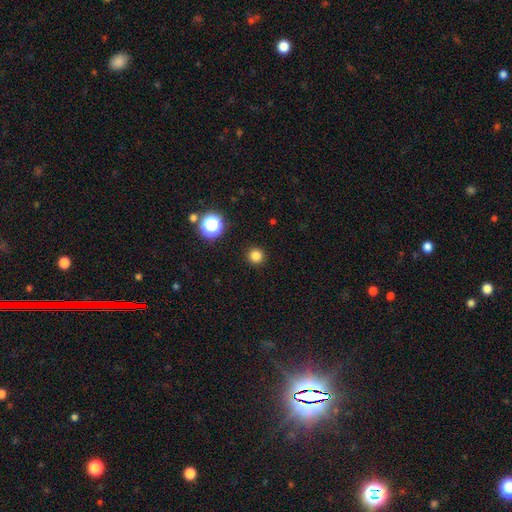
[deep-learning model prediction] Smooth or featured?
  - smooth: 81% *
  - star or artifact: 15%
  - featured or disk: 4%
How rounded?
  - round: 96% *
  - in between: 3%
  - cigar-shaped: 1%
Merging?
  - none: 93% *
  - minor disturbance: 4%
  - major disturbance: 2%
  - merger: 1%